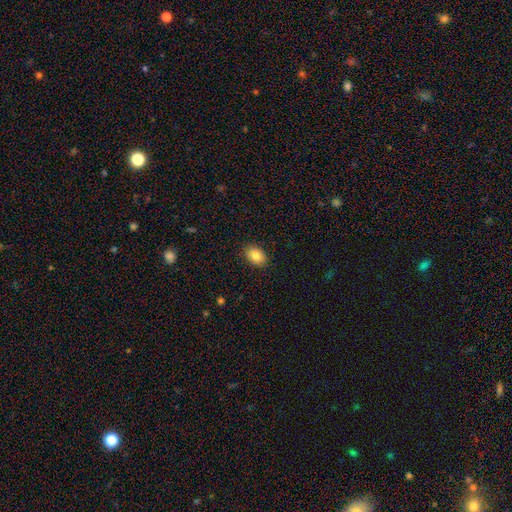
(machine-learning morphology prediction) This is clearly a smooth galaxy (84%). How rounded: likely in between (80%). Merging: clearly none (89%).